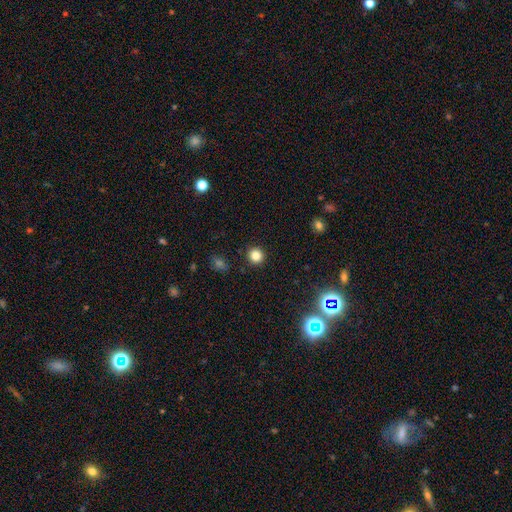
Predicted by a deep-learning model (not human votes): This is clearly a smooth galaxy (82%). How rounded: clearly round (94%). Merging: clearly none (92%).